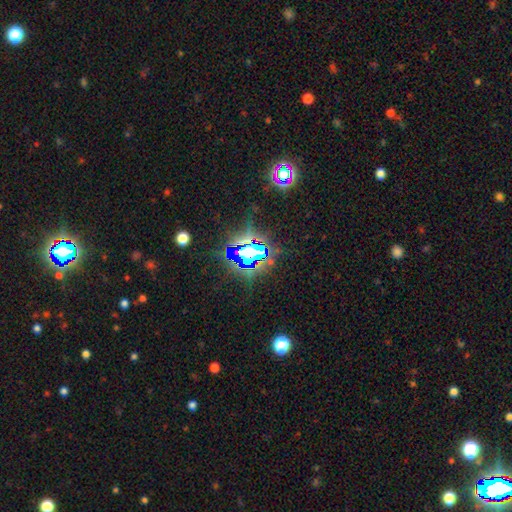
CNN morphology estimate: Smooth or featured: star or artifact — 74% (smooth — 14%)